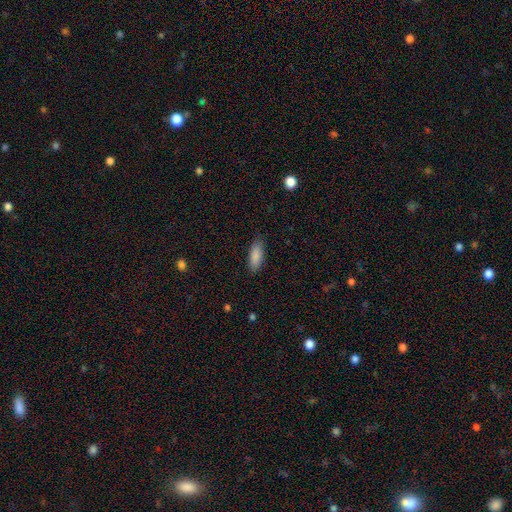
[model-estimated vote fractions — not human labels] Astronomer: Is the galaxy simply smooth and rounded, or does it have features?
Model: smooth — 88%.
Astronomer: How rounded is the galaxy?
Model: in between — 73%.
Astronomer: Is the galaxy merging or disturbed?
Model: none — 85%.